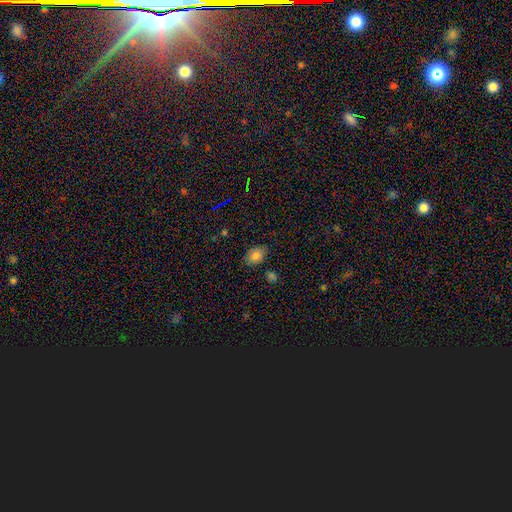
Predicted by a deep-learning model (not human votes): smooth 81%, star or artifact 11%, featured or disk 7%. Down the decision tree: how rounded — in between (70%); merging — none (79%).